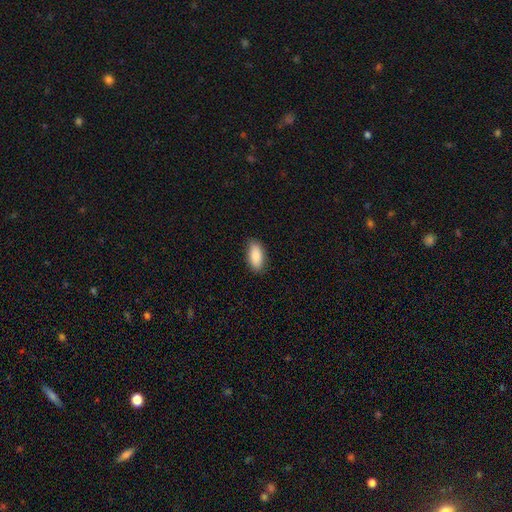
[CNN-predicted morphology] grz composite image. It shows a smooth galaxy with no disk features (86%) that is in between round and cigar-shaped (89%). Merging: none (87%).